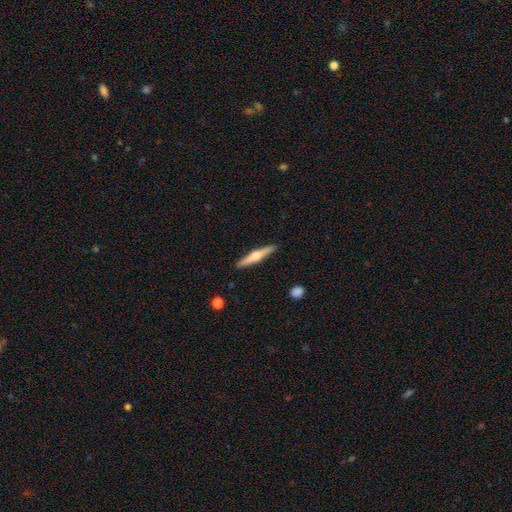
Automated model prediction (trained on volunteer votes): Smooth or featured?
  - featured or disk: 59% *
  - smooth: 36%
  - star or artifact: 5%
Edge-on disk?
  - yes: 97% *
  - no: 3%
Edge-on bulge?
  - rounded: 90% *
  - none: 5%
  - boxy: 5%
Merging?
  - none: 90% *
  - minor disturbance: 7%
  - major disturbance: 1%
  - merger: 1%